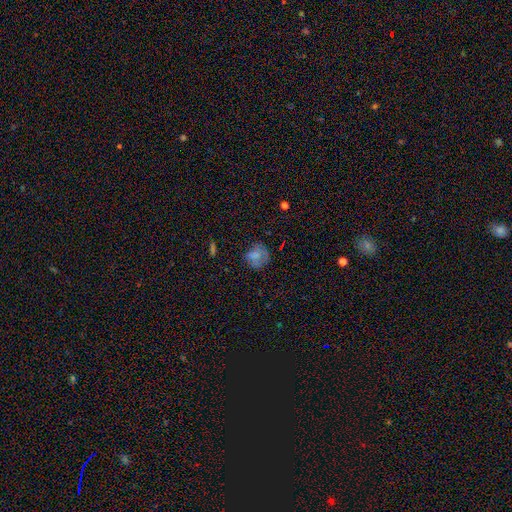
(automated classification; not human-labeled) Smooth or featured? smooth (69%)
How rounded? round (78%)
Merging? none (61%)